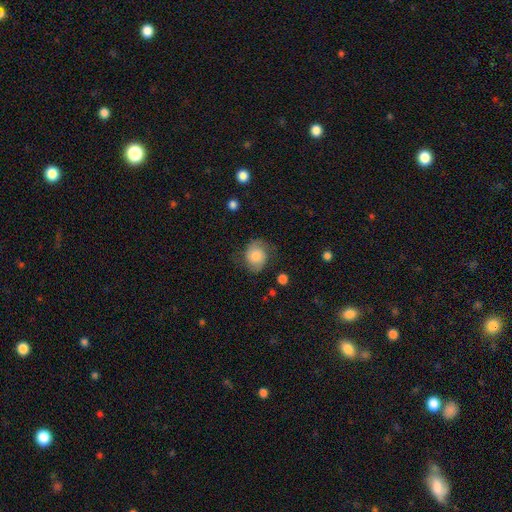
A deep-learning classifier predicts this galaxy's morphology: type=smooth (54%); roundness=round (60%); merging=none (66%).